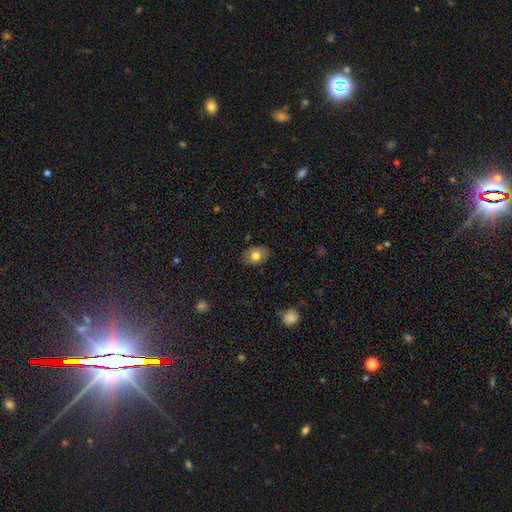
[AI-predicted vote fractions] smooth_or_featured: smooth (p=0.75) [alt: featured or disk p=0.16]
how_rounded: in between (p=0.64) [alt: round p=0.35]
merging: none (p=0.83) [alt: minor disturbance p=0.13]